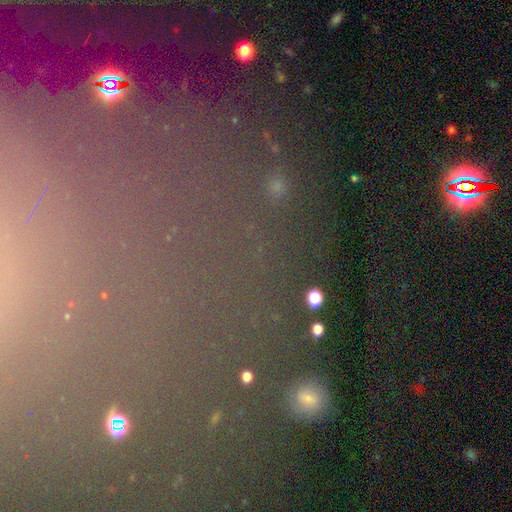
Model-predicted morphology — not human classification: type=star or artifact (70%).